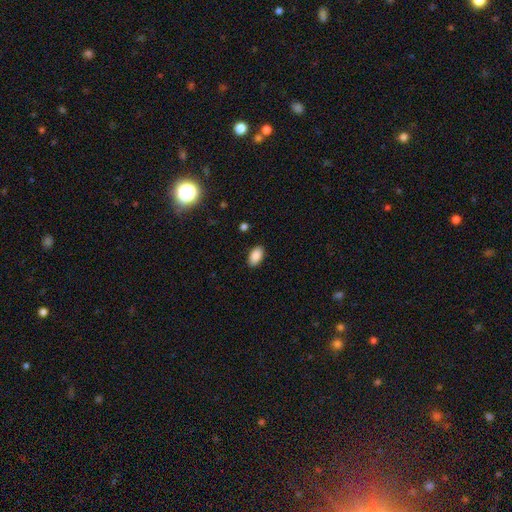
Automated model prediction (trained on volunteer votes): The model was most divided on "merging": none: 88%, minor disturbance: 9%, major disturbance: 2%, merger: 1%. More confident: how rounded — in between (94%); smooth or featured — smooth (89%).